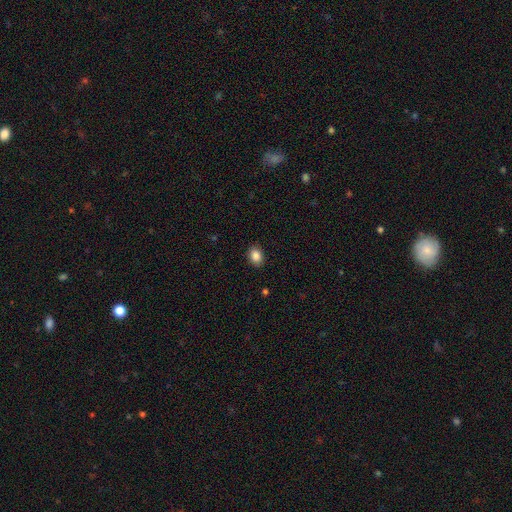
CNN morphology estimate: Smooth or featured: smooth — 87% (star or artifact — 9%)
How rounded: in between — 63% (round — 36%)
Merging: none — 89% (minor disturbance — 8%)